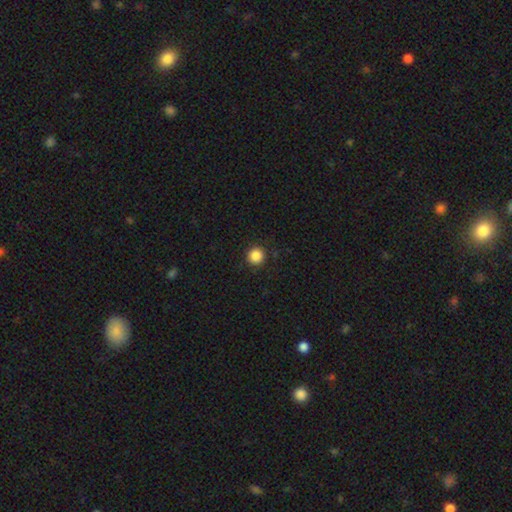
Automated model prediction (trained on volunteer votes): This appears to be a smooth galaxy with no disk features (86%) that is round (96%). Merging: none (92%).